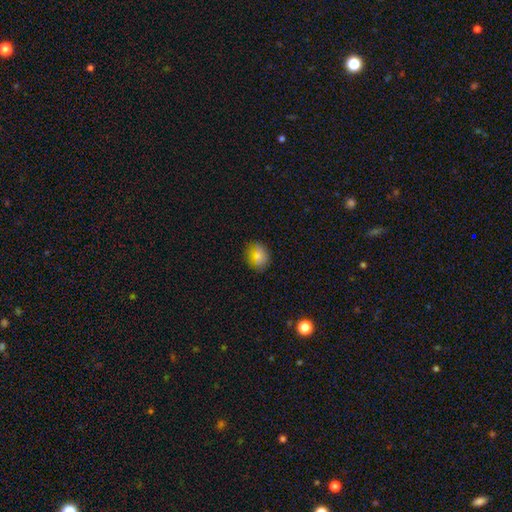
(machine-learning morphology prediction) Smooth or featured?
  - smooth: 63% *
  - featured or disk: 18%
  - star or artifact: 18%
How rounded?
  - round: 51% *
  - in between: 46%
  - cigar-shaped: 3%
Merging?
  - none: 86% *
  - minor disturbance: 10%
  - major disturbance: 3%
  - merger: 1%